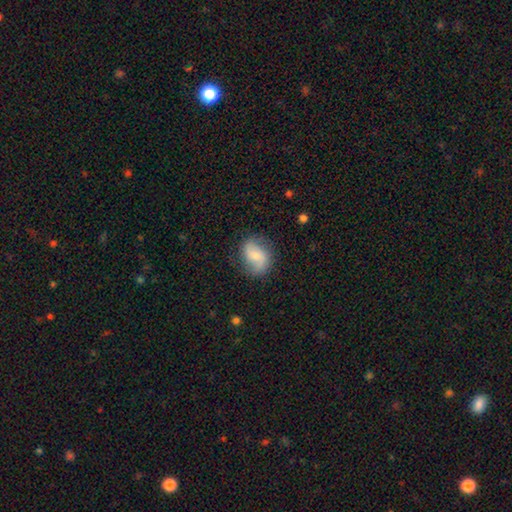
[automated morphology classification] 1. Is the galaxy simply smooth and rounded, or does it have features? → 48% featured or disk, 44% smooth, 8% star or artifact.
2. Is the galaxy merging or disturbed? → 75% none, 18% minor disturbance, 6% major disturbance, 1% merger.